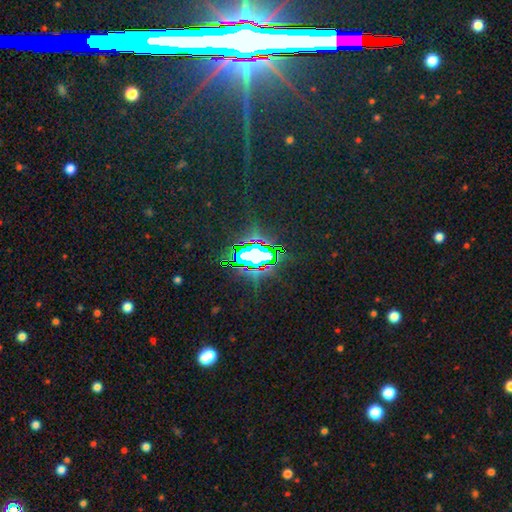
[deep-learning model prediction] A star or artifact, not a galaxy (76%).

Vote fractions:
- Smooth or featured? star or artifact: 76% / smooth: 13% / featured or disk: 11%